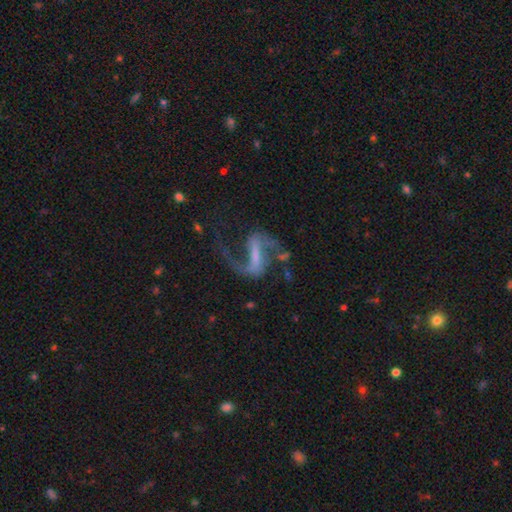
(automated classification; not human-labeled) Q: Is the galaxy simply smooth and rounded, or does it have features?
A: featured or disk — 88%.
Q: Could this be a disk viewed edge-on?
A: no — 97%.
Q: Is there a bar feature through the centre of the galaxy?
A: strong — 58%.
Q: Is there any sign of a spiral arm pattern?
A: yes — 95%.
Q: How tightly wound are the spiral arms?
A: loose — 67%.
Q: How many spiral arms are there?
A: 2 — 87%.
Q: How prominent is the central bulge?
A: none — 45%.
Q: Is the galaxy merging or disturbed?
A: none — 59%.